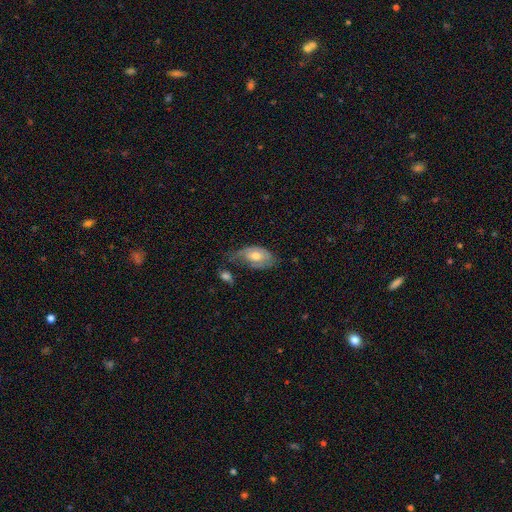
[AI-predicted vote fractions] Smooth or featured? Predicted: smooth (p=0.49). Merging? Predicted: none (p=0.36).